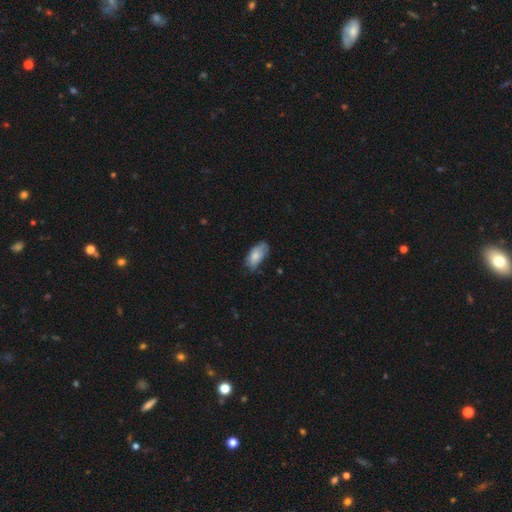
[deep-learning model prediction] This is likely a smooth galaxy (77%). How rounded: clearly in between (91%). Merging: possibly none (54%).